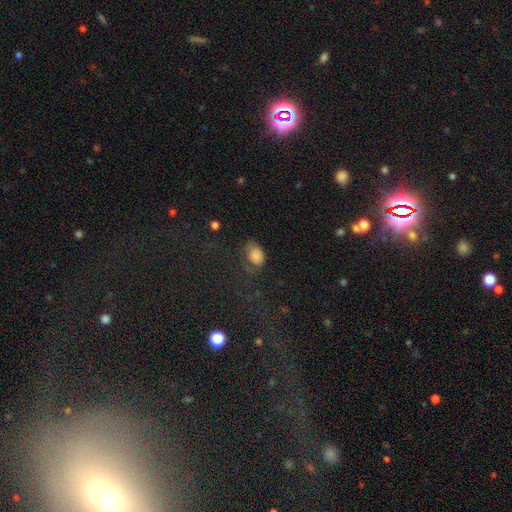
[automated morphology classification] smooth 77%, star or artifact 13%, featured or disk 10%. Down the decision tree: how rounded — in between (80%); merging — none (48%).